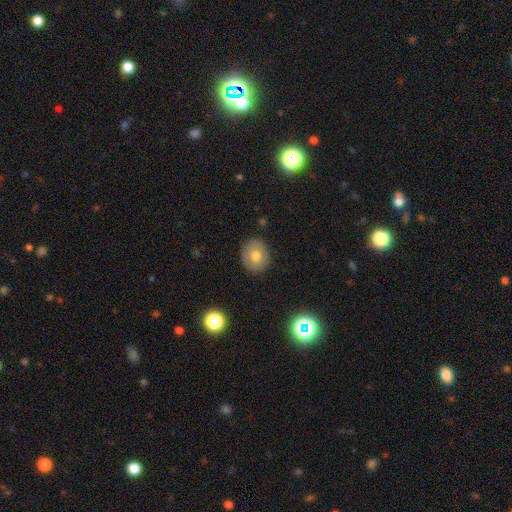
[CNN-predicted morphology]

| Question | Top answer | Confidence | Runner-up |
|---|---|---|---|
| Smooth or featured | smooth | 70% | featured or disk (20%) |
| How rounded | round | 75% | in between (24%) |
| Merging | none | 87% | minor disturbance (9%) |